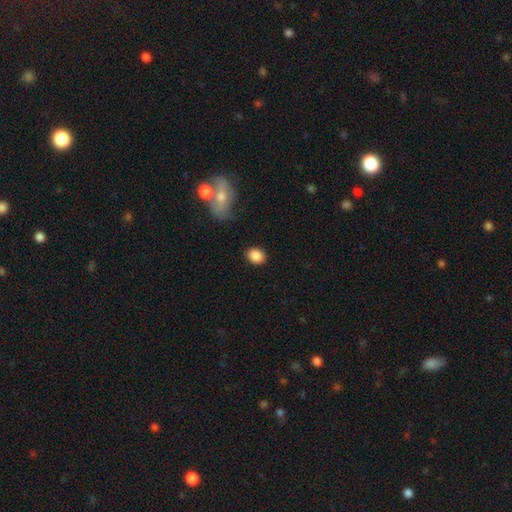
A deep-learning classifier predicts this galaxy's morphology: smooth 87%, star or artifact 8%, featured or disk 4%. Down the decision tree: how rounded — in between (58%); merging — none (87%).